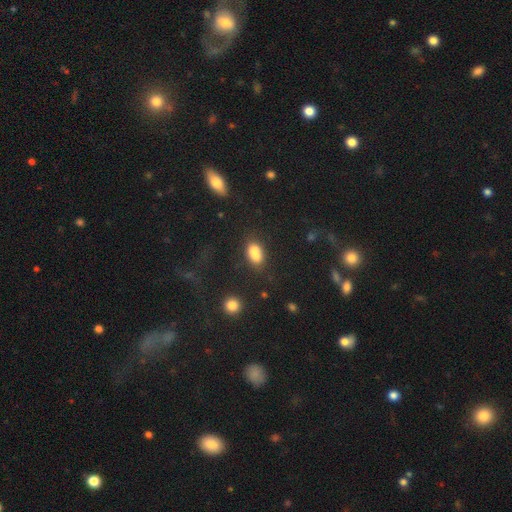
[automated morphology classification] Smooth or featured: smooth — 77% (star or artifact — 12%)
How rounded: in between — 79% (round — 18%)
Merging: none — 45% (merger — 33%)